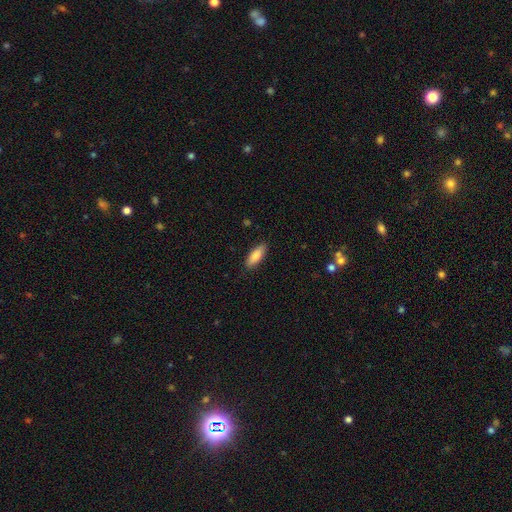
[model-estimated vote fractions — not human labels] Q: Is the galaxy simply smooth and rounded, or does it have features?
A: smooth — 82%.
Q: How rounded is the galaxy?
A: in between — 65%.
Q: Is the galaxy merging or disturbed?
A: none — 87%.